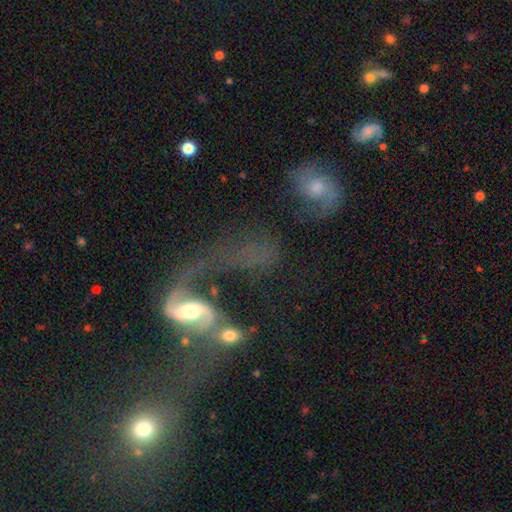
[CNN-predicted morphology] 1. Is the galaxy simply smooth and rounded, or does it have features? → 69% featured or disk, 18% smooth, 13% star or artifact.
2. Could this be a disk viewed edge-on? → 93% no, 7% yes.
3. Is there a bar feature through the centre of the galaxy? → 46% no, 37% weak, 17% strong.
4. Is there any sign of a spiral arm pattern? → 78% yes, 22% no.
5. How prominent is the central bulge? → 50% moderate, 32% small, 9% large, 6% none, 3% dominant.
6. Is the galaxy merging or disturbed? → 42% merger, 27% major disturbance, 21% none, 10% minor disturbance.